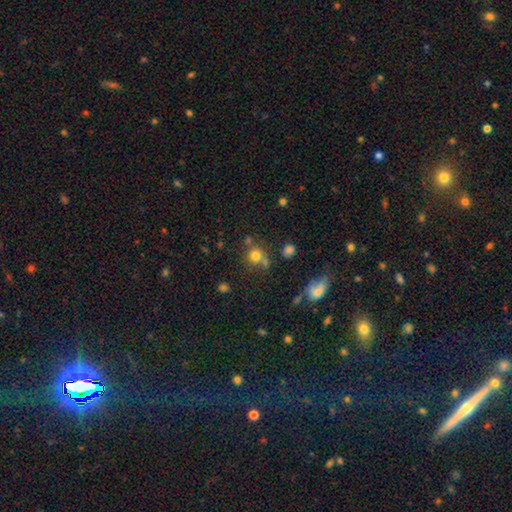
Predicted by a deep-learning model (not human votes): This appears to be a smooth galaxy with no disk features (76%) that is round (88%). Merging: none (63%).